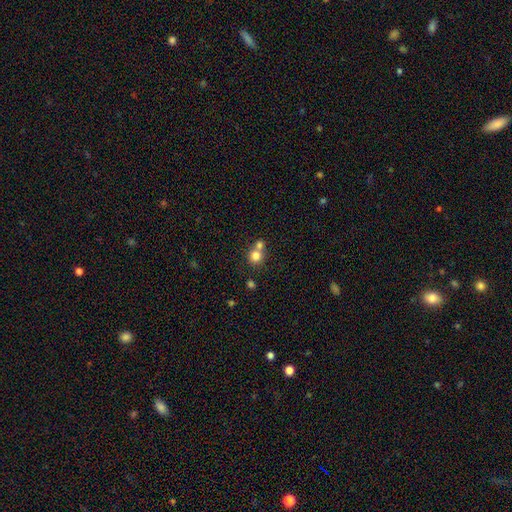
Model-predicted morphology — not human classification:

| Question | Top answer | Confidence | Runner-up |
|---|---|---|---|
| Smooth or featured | smooth | 79% | star or artifact (12%) |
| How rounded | round | 88% | in between (11%) |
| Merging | merger | 47% | none (45%) |